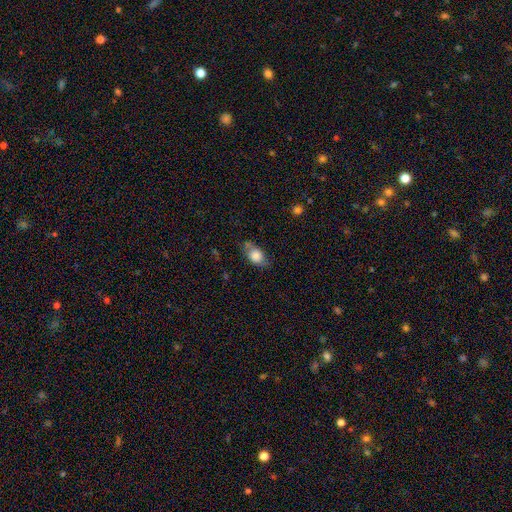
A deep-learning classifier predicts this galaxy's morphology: Smooth or featured? smooth (78%)
How rounded? in between (82%)
Merging? none (61%)